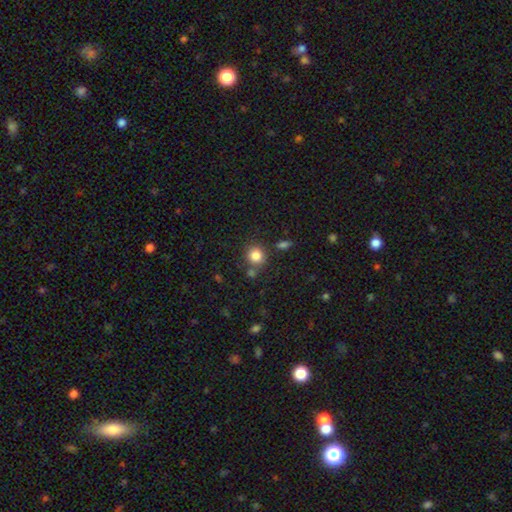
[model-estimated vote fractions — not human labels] Smooth or featured? Predicted: smooth (p=0.84). How rounded? Predicted: round (p=0.88). Merging? Predicted: none (p=0.73).